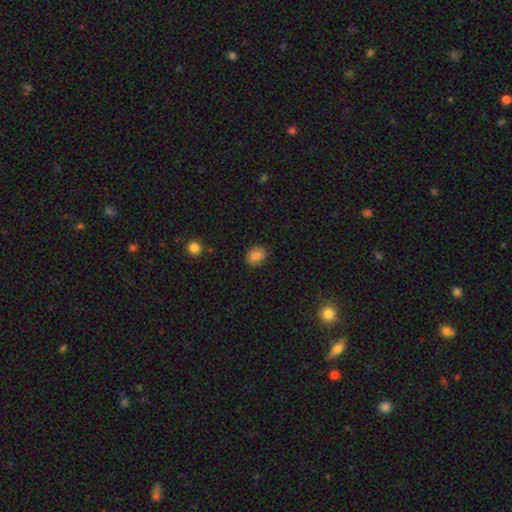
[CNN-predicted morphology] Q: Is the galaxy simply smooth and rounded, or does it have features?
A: smooth — 86%.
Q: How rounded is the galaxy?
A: round — 66%.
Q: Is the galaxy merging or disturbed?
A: none — 87%.